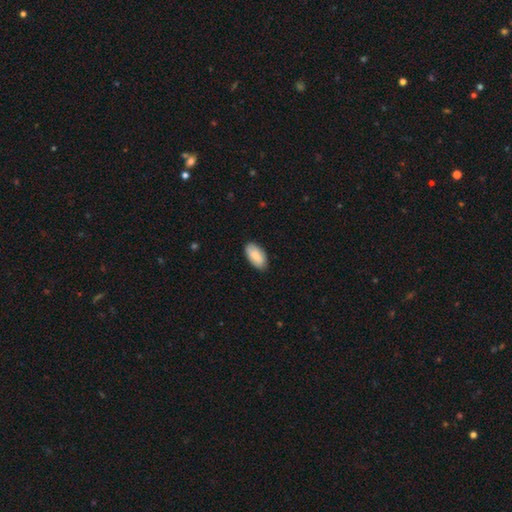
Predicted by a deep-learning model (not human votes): This appears to be a smooth galaxy with no disk features (84%) that is in between round and cigar-shaped (95%). Merging: none (86%).